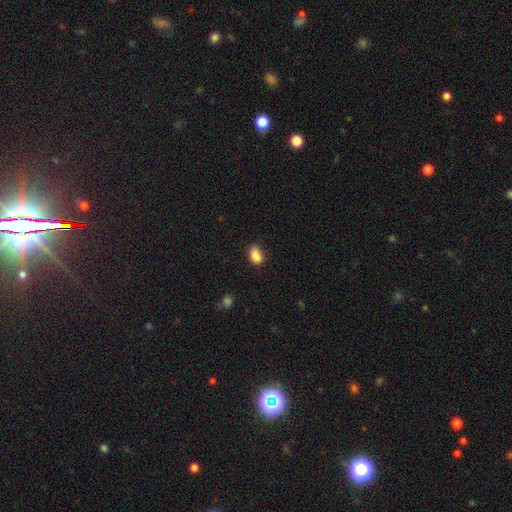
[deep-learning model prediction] Morphology: type=smooth (87%); roundness=in between (87%); merging=none (71%).